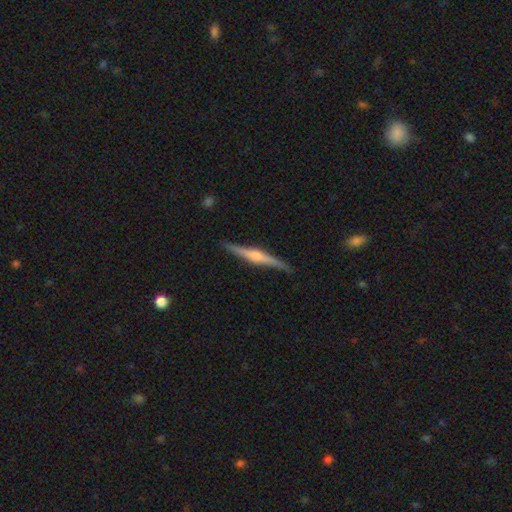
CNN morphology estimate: type=featured or disk (80%); edge-on=yes (98%); edge-on bulge=rounded (84%); merging=none (88%).